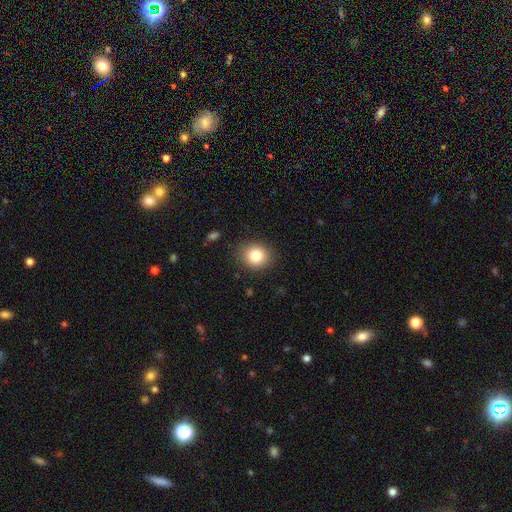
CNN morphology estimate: Smooth or featured: smooth — 82% (star or artifact — 10%)
How rounded: round — 75% (in between — 24%)
Merging: none — 87% (minor disturbance — 9%)